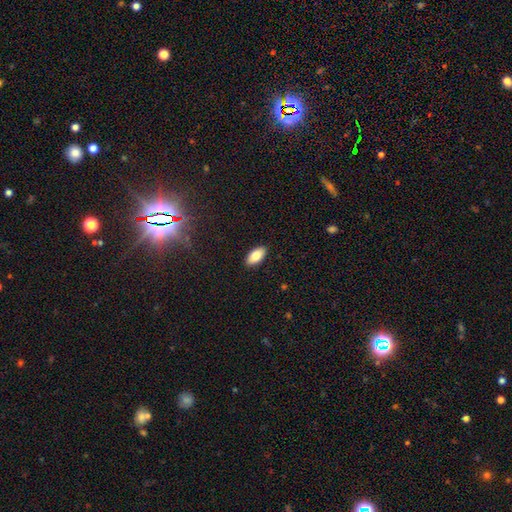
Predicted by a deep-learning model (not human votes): Smooth or featured?
  - smooth: 82% *
  - featured or disk: 11%
  - star or artifact: 7%
How rounded?
  - in between: 92% *
  - cigar-shaped: 5%
  - round: 3%
Merging?
  - none: 90% *
  - minor disturbance: 8%
  - major disturbance: 2%
  - merger: 1%